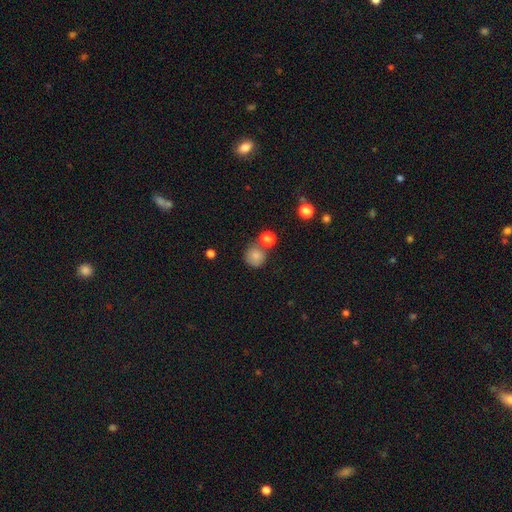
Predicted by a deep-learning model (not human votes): smooth_or_featured: smooth (p=0.81) [alt: star or artifact p=0.11]
how_rounded: round (p=0.90) [alt: in between p=0.09]
merging: none (p=0.66) [alt: merger p=0.16]